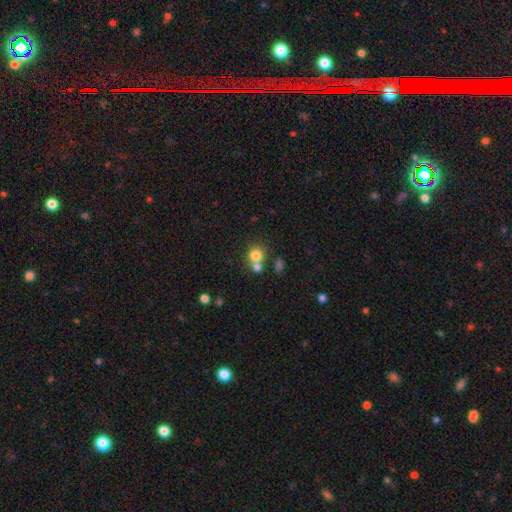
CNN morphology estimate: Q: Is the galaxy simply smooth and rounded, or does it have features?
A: smooth — 79%.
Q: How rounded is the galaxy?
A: round — 84%.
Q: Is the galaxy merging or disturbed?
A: none — 52%.